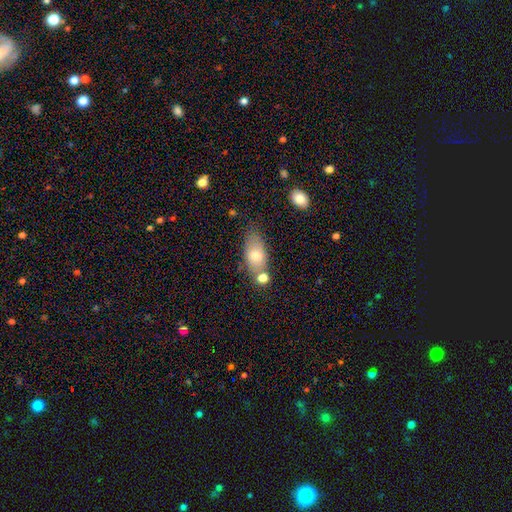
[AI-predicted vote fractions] A smooth galaxy with no disk features (72%) that is in between round and cigar-shaped (85%).

Vote fractions:
- Smooth or featured? smooth: 72% / featured or disk: 20% / star or artifact: 8%
- How rounded? in between: 85% / cigar-shaped: 8% / round: 7%
- Merging? none: 57% / minor disturbance: 20% / merger: 17% / major disturbance: 6%